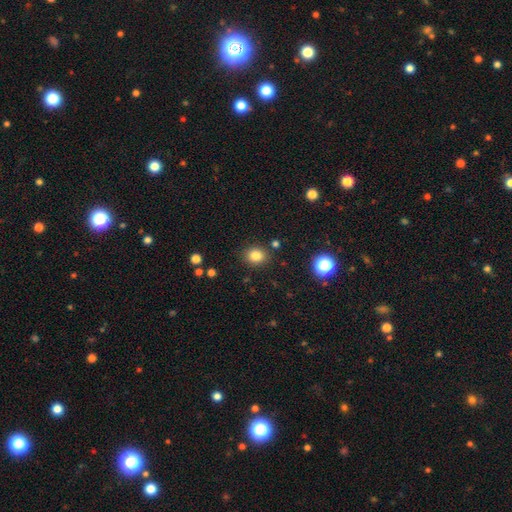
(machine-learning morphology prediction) This appears to be a smooth galaxy with no disk features (82%) that is round (61%). Merging: none (86%).